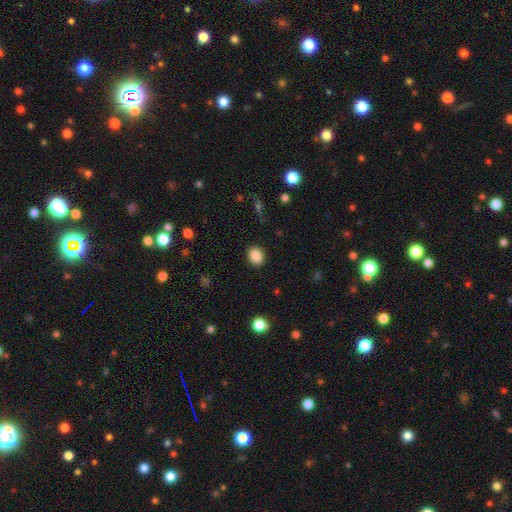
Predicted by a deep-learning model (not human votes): Smooth or featured?
  - smooth: 87% *
  - star or artifact: 9%
  - featured or disk: 4%
How rounded?
  - round: 54% *
  - in between: 45%
  - cigar-shaped: 1%
Merging?
  - none: 89% *
  - minor disturbance: 7%
  - major disturbance: 2%
  - merger: 1%